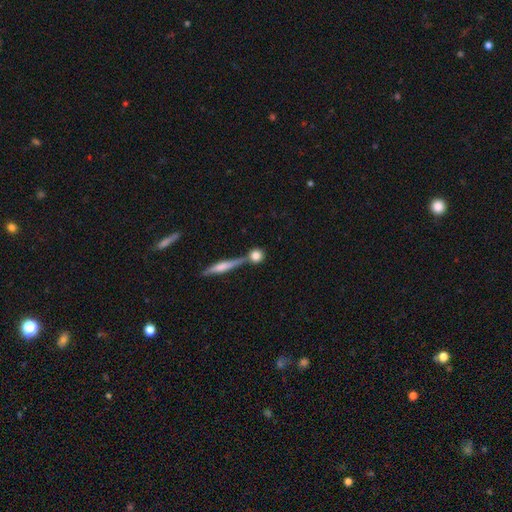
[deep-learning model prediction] Smooth or featured?
  - smooth: 77% *
  - featured or disk: 14%
  - star or artifact: 9%
How rounded?
  - round: 86% *
  - in between: 8%
  - cigar-shaped: 6%
Merging?
  - none: 64% *
  - merger: 23%
  - minor disturbance: 10%
  - major disturbance: 4%